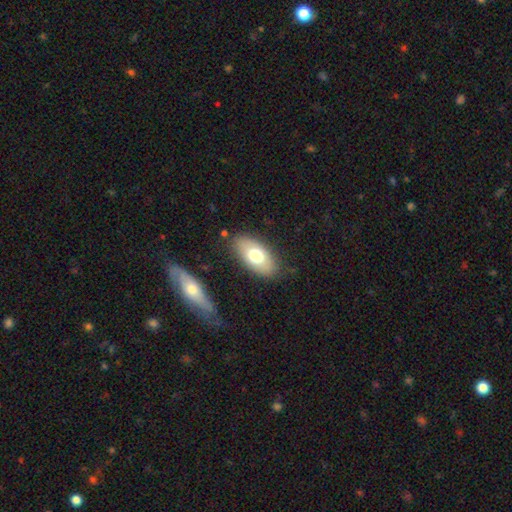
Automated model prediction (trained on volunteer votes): Q: Smooth or featured?
A: smooth (69%); runner-up: featured or disk (25%)
Q: How rounded?
A: in between (92%); runner-up: round (4%)
Q: Merging?
A: none (82%); runner-up: minor disturbance (12%)